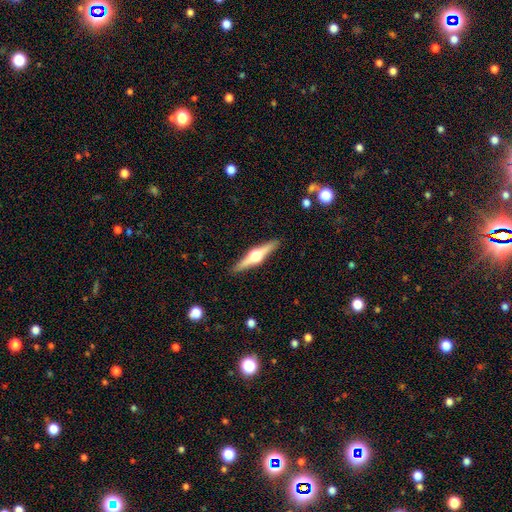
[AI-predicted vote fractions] featured or disk 74%, smooth 21%, star or artifact 5%. Down the decision tree: edge-on disk — yes (98%); edge-on bulge — rounded (95%); merging — none (91%).